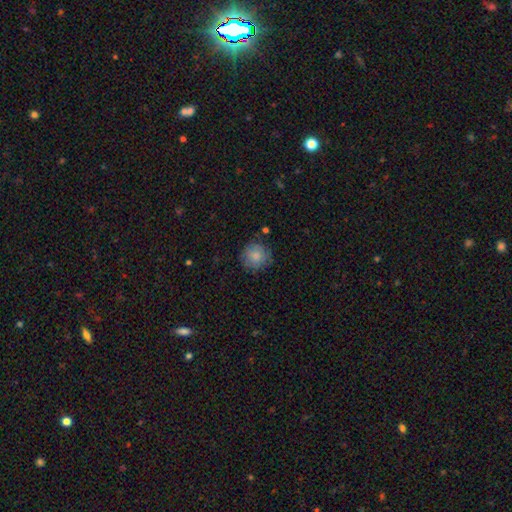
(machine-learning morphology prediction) A smooth galaxy with no disk features (80%) that is round (91%). Merging: none (79%).